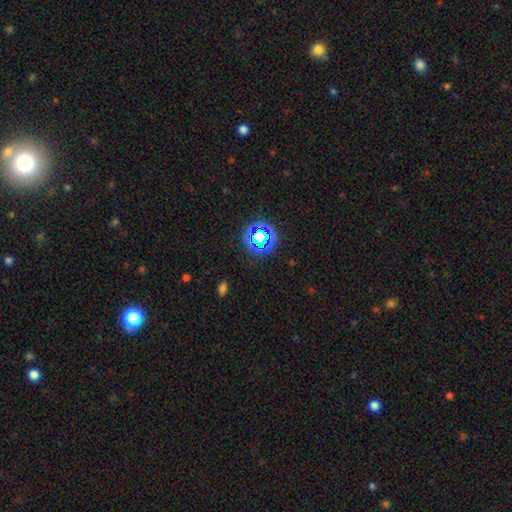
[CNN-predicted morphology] This appears to be a star or artifact, not a galaxy (71%).